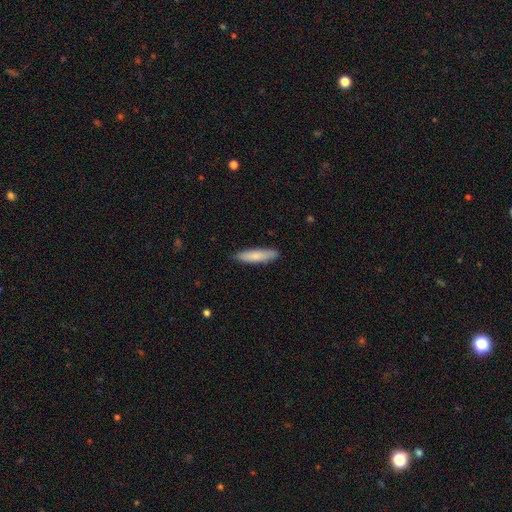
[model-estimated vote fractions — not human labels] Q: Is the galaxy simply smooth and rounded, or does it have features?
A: smooth — 76%.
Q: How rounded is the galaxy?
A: cigar-shaped — 79%.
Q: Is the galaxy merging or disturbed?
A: none — 88%.